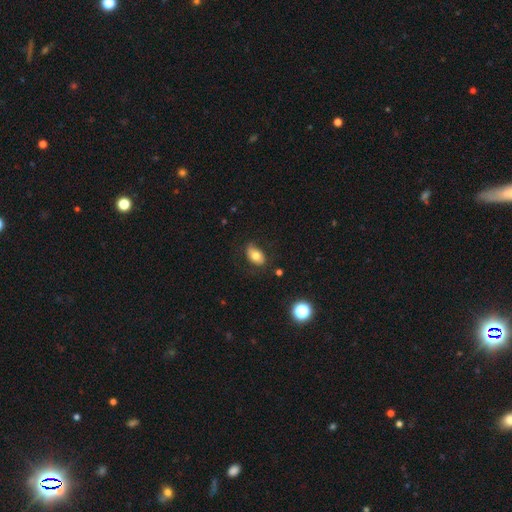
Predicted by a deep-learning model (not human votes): Smooth or featured? Predicted: smooth (p=0.72). How rounded? Predicted: in between (p=0.90). Merging? Predicted: none (p=0.72).